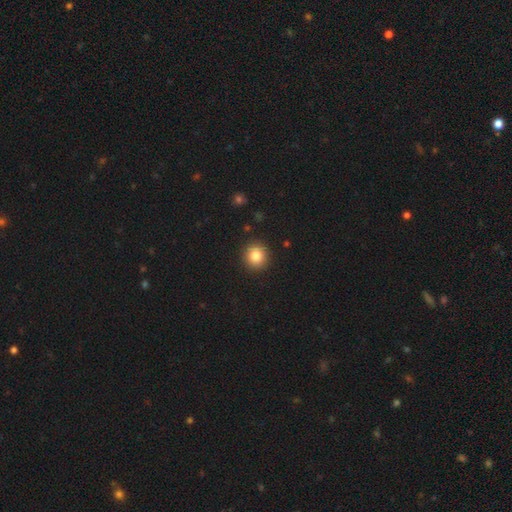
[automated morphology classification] Smooth or featured: smooth — 85% (star or artifact — 10%)
How rounded: round — 90% (in between — 9%)
Merging: none — 91% (minor disturbance — 6%)